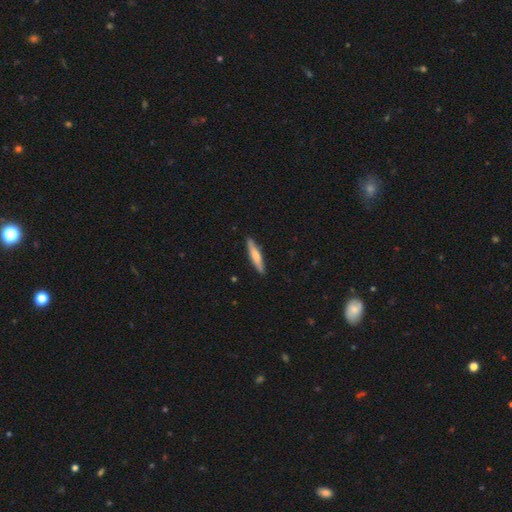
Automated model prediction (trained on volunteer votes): This is likely a smooth galaxy (61%). How rounded: clearly cigar-shaped (89%). Merging: clearly none (90%).